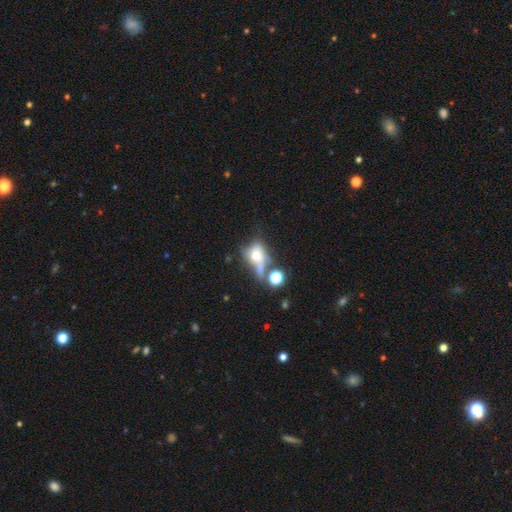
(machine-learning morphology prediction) A smooth galaxy with no disk features (54%) that is in between round and cigar-shaped (54%). Merging: none (32%).